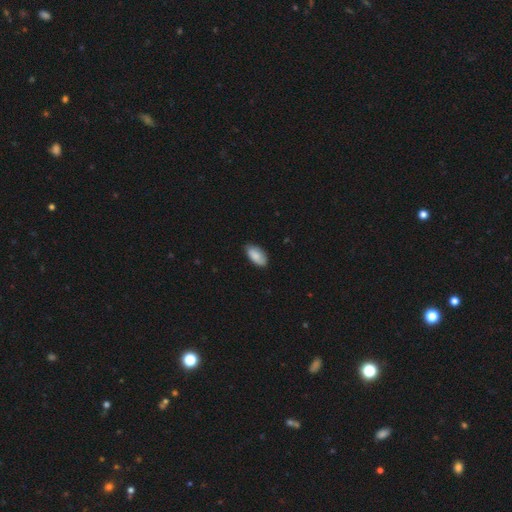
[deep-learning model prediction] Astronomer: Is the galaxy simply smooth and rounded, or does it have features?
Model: smooth — 86%.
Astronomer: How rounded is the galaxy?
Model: in between — 94%.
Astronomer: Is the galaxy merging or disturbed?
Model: none — 81%.